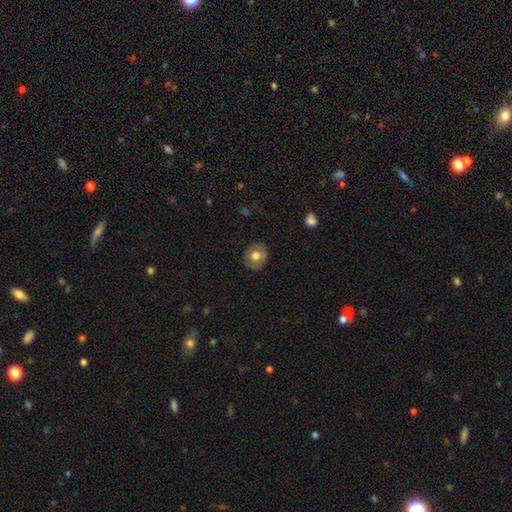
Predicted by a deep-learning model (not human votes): The model was most divided on "smooth or featured": smooth: 69%, featured or disk: 22%, star or artifact: 8%. More confident: merging — none (85%); how rounded — round (77%).